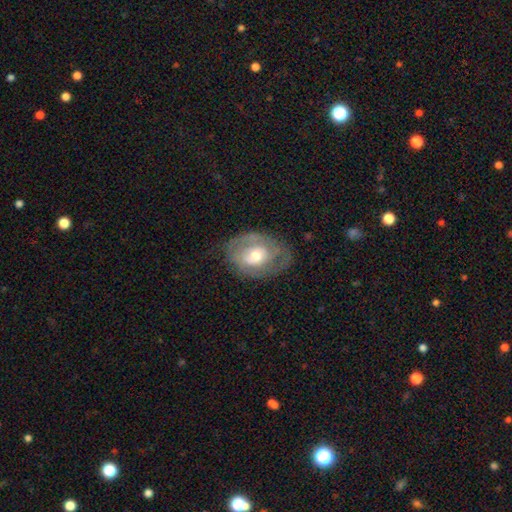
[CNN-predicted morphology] This is possibly a featured or disk galaxy (57%). It is clearly not viewed edge-on (94%). Bar: likely no (67%). Spiral arm pattern: possibly yes (54%). Central bulge: likely moderate (66%). Merging: likely none (65%).